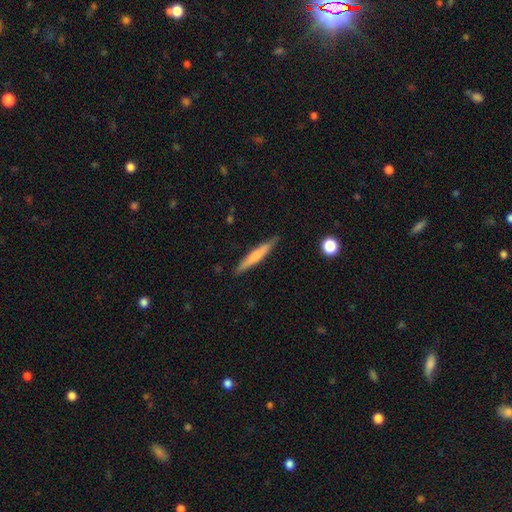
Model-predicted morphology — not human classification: smooth_or_featured: smooth (p=0.57) [alt: featured or disk p=0.37]
how_rounded: cigar-shaped (p=0.94) [alt: in between p=0.05]
merging: none (p=0.87) [alt: minor disturbance p=0.10]